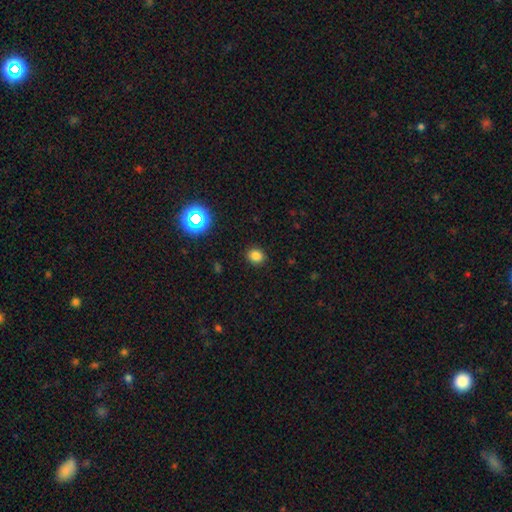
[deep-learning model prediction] A smooth galaxy with no disk features (81%) that is round (75%). Merging: none (90%).